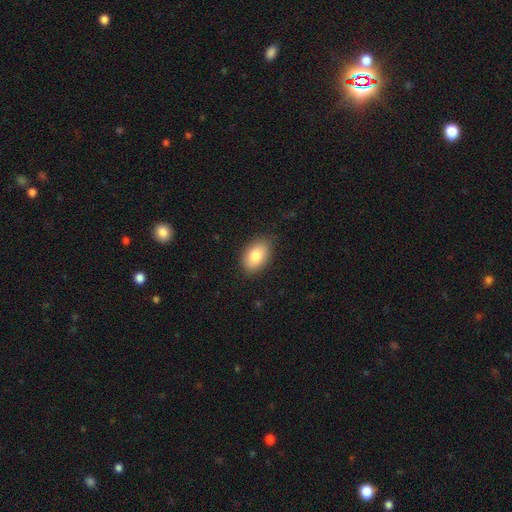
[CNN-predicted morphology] The model was most divided on "merging": none: 83%, minor disturbance: 13%, major disturbance: 3%, merger: 1%. More confident: how rounded — in between (89%); smooth or featured — smooth (82%).